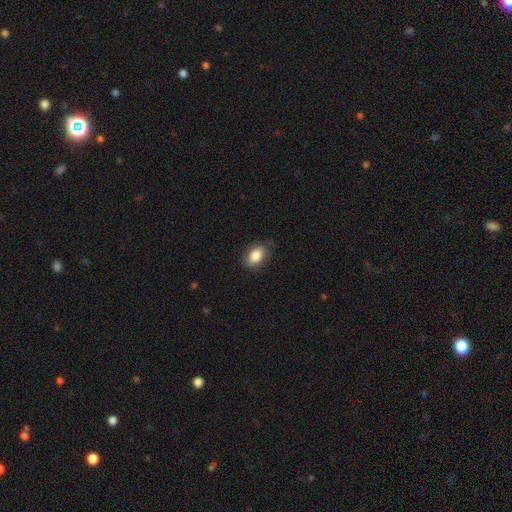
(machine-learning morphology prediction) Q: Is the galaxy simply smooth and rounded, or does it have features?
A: smooth — 83%.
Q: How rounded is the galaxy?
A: in between — 77%.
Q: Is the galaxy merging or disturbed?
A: none — 76%.